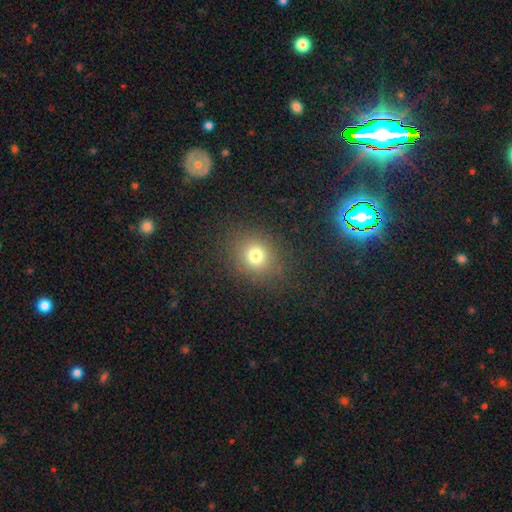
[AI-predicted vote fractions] Smooth or featured: smooth — 75% (star or artifact — 17%)
How rounded: round — 80% (in between — 18%)
Merging: none — 86% (minor disturbance — 8%)